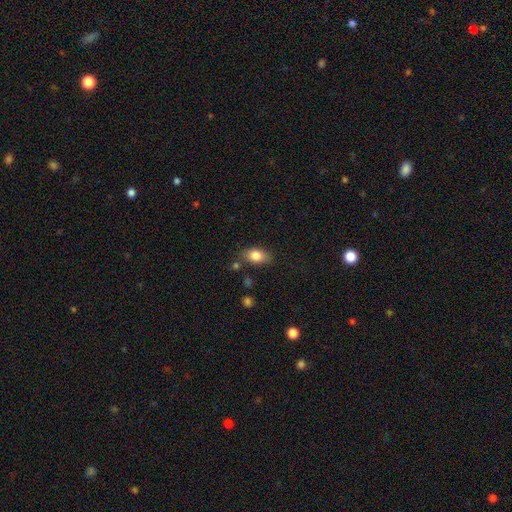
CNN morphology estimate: smooth-or-featured: smooth: 81% | featured or disk: 11% | star or artifact: 8%
  how-rounded: in between: 85% | round: 11% | cigar-shaped: 4%
  merging: none: 74% | minor disturbance: 17% | merger: 5% | major disturbance: 4%